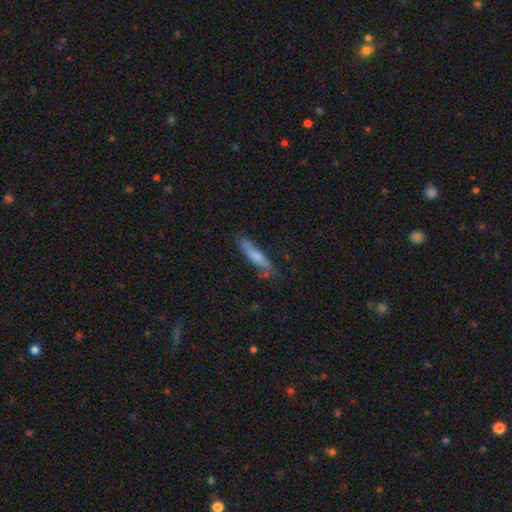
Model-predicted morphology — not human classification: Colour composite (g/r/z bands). It shows a smooth galaxy with no disk features (67%) that is cigar-shaped (80%). Merging: none (70%).